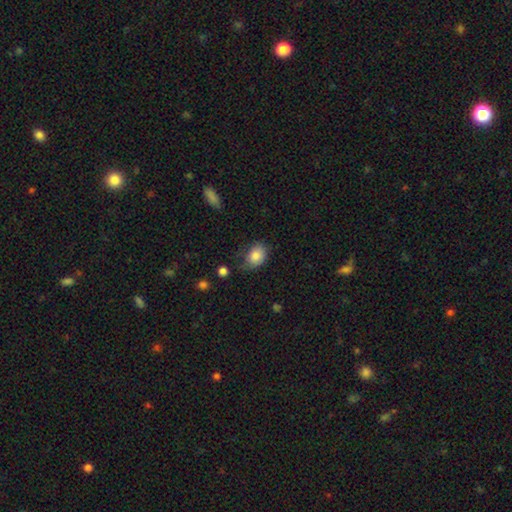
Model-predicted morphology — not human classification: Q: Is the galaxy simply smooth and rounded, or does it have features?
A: smooth — 84%.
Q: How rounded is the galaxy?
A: in between — 71%.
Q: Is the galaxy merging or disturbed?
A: none — 54%.